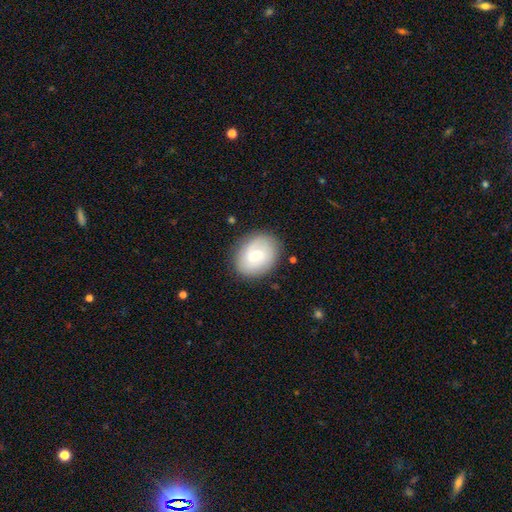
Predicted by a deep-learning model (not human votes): Smooth or featured? smooth (51%)
How rounded? in between (52%)
Merging? none (83%)